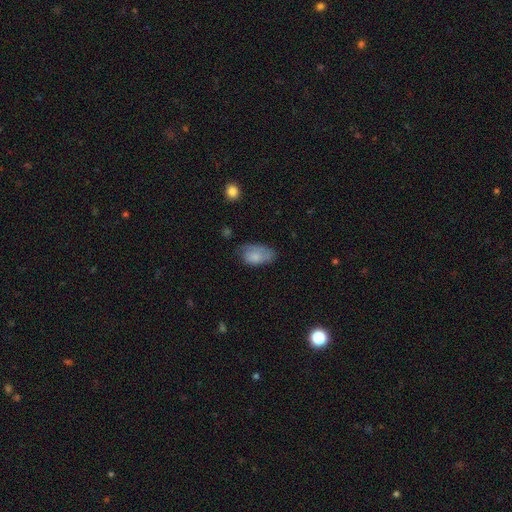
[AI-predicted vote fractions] Overall: smooth (74%). How rounded: in between (93%). Merging: none (49%; minor disturbance 35%).